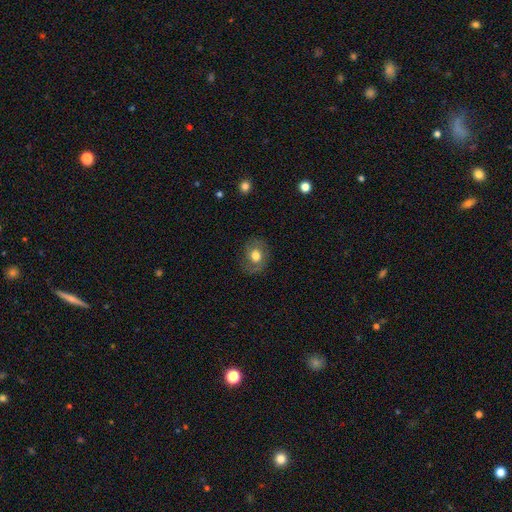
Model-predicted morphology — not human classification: Q: Smooth or featured?
A: smooth (64%); runner-up: featured or disk (27%)
Q: How rounded?
A: round (58%); runner-up: in between (41%)
Q: Merging?
A: none (78%); runner-up: minor disturbance (15%)